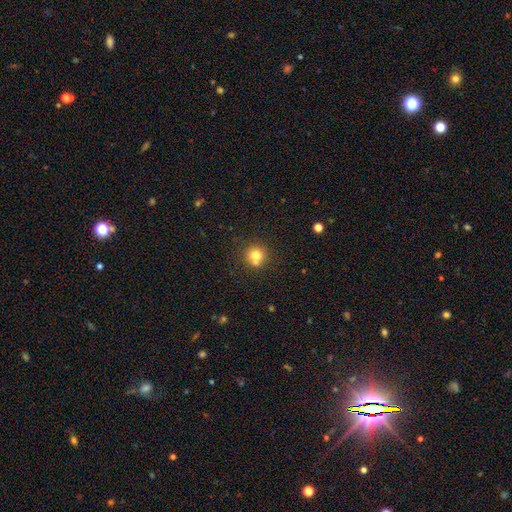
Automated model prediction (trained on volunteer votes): Smooth or featured?
  - smooth: 75% *
  - star or artifact: 13%
  - featured or disk: 12%
How rounded?
  - round: 91% *
  - in between: 8%
  - cigar-shaped: 1%
Merging?
  - none: 62% *
  - merger: 26%
  - minor disturbance: 9%
  - major disturbance: 3%